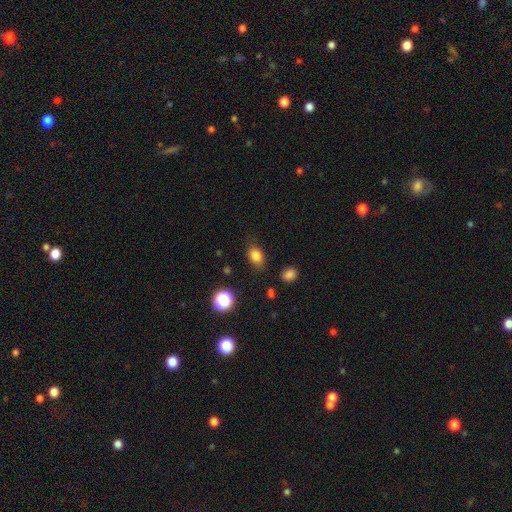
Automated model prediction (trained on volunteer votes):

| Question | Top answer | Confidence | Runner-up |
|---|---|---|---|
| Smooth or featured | smooth | 82% | star or artifact (11%) |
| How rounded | in between | 75% | round (23%) |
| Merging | none | 79% | minor disturbance (15%) |